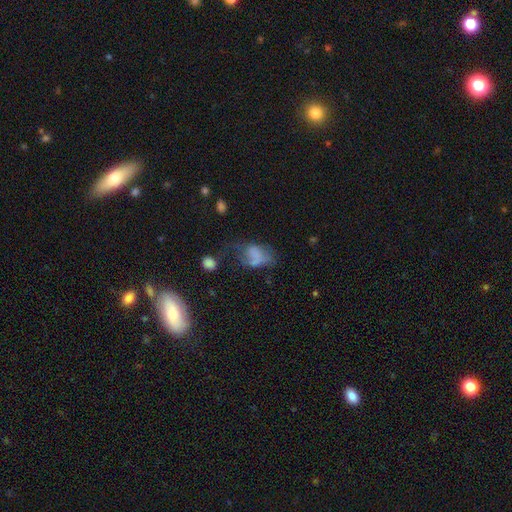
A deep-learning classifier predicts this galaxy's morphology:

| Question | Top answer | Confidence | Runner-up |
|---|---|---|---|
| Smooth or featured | smooth | 59% | featured or disk (28%) |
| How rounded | in between | 82% | round (16%) |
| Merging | major disturbance | 42% | none (24%) |